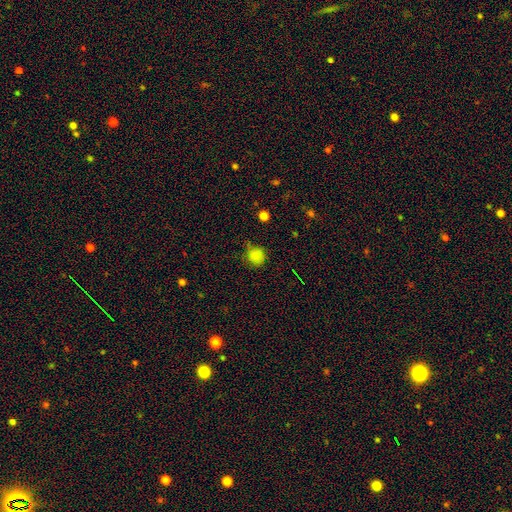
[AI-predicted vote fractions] The model was most divided on "merging": none: 66%, minor disturbance: 26%, major disturbance: 6%, merger: 3%. More confident: how rounded — round (87%); smooth or featured — smooth (81%).